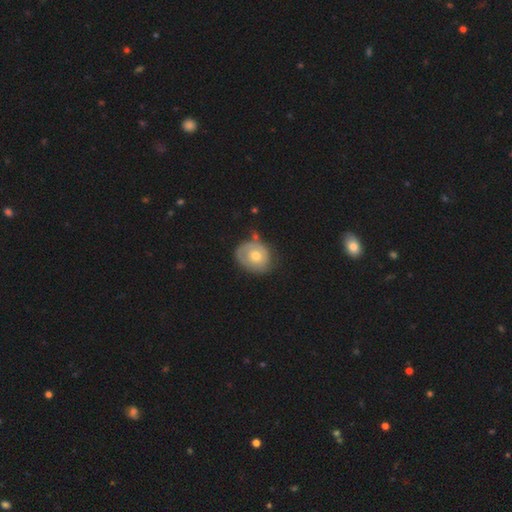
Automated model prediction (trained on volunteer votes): Smooth or featured? Predicted: smooth (p=0.48). Merging? Predicted: none (p=0.57).